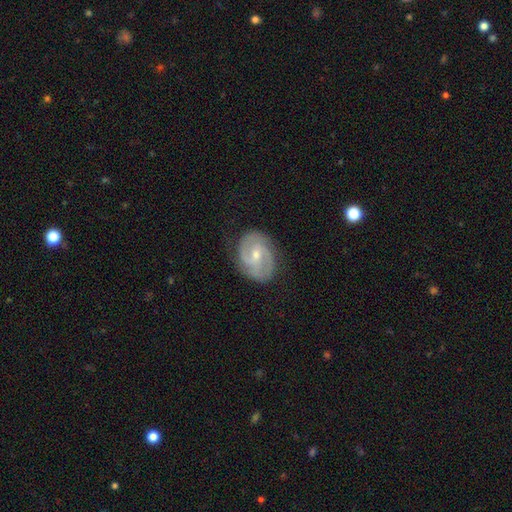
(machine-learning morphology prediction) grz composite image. It shows a featured or disk galaxy (85%) with a weak bar (52%), 2 (68%) medium (48%) spiral arms (96%) and a small central bulge (56%). Merging: none (80%).